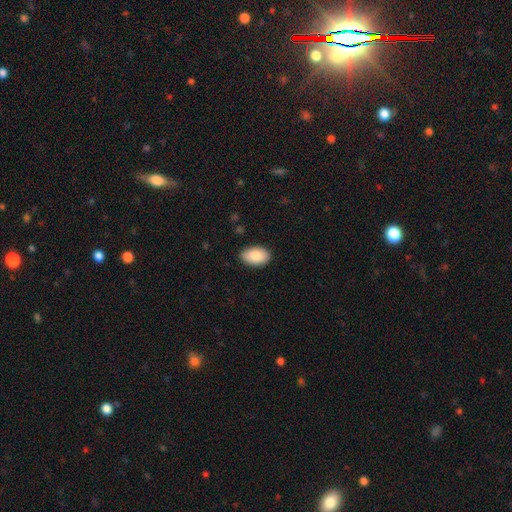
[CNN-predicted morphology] smooth-or-featured: smooth: 87% | featured or disk: 7% | star or artifact: 6%
  how-rounded: in between: 93% | round: 5% | cigar-shaped: 1%
  merging: none: 87% | minor disturbance: 10% | major disturbance: 2% | merger: 1%